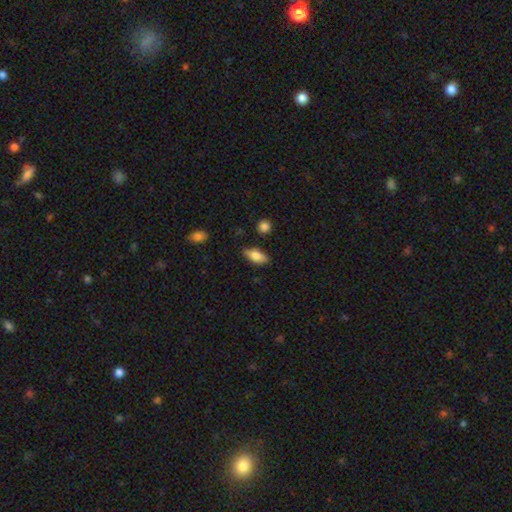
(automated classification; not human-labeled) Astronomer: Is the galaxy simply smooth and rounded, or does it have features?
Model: smooth — 77%.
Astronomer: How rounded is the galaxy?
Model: in between — 83%.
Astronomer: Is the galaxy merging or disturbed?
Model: none — 83%.